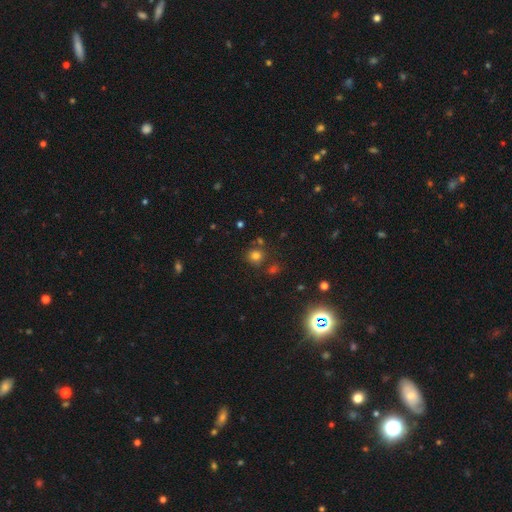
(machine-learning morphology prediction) Smooth or featured? Predicted: smooth (p=0.73). How rounded? Predicted: round (p=0.89). Merging? Predicted: none (p=0.76).